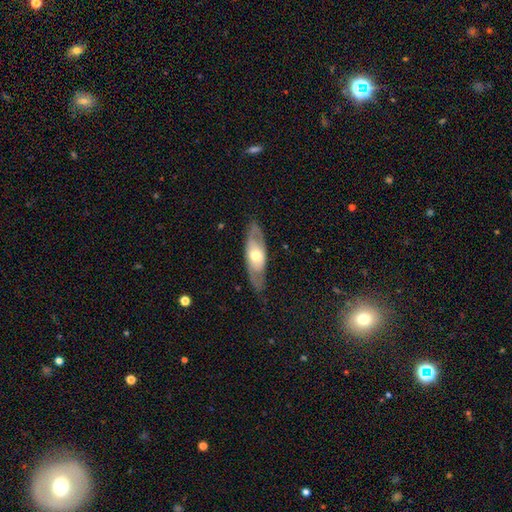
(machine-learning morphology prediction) smooth-or-featured: featured or disk: 59% | smooth: 36% | star or artifact: 5%
  disk-edge-on: no: 70% | yes: 30%
  merging: none: 78% | minor disturbance: 15% | major disturbance: 6% | merger: 1%